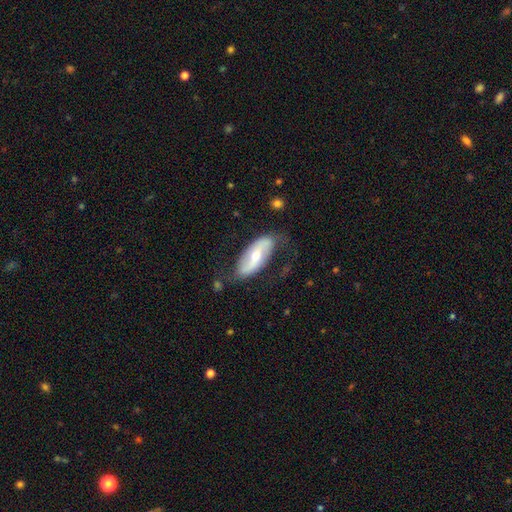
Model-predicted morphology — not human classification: smooth_or_featured: featured or disk (p=0.71) [alt: smooth p=0.24]
disk_edge_on: no (p=0.89) [alt: yes p=0.11]
bar: strong (p=0.41) [alt: weak p=0.31]
has_spiral_arms: yes (p=0.84) [alt: no p=0.16]
spiral_winding: loose (p=0.69) [alt: medium p=0.21]
spiral_arm_count: 2 (p=0.88) [alt: can't tell p=0.06]
bulge_size: moderate (p=0.57) [alt: small p=0.38]
merging: none (p=0.64) [alt: minor disturbance p=0.24]